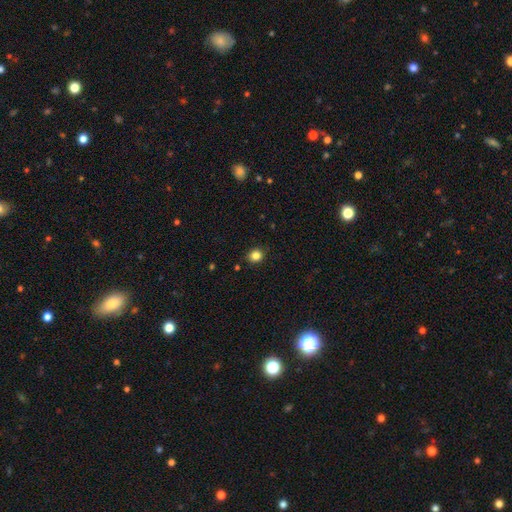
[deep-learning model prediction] smooth 83%, star or artifact 12%, featured or disk 5%. Down the decision tree: how rounded — round (79%); merging — none (89%).